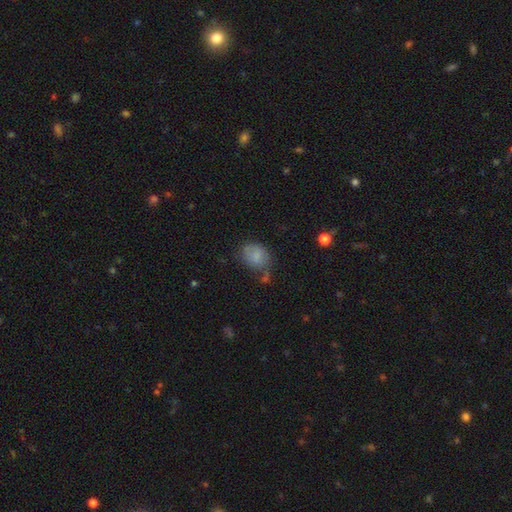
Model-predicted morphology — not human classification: smooth-or-featured: smooth: 78% | featured or disk: 11% | star or artifact: 10%
  how-rounded: in between: 59% | round: 40% | cigar-shaped: 1%
  merging: none: 53% | minor disturbance: 28% | major disturbance: 12% | merger: 8%